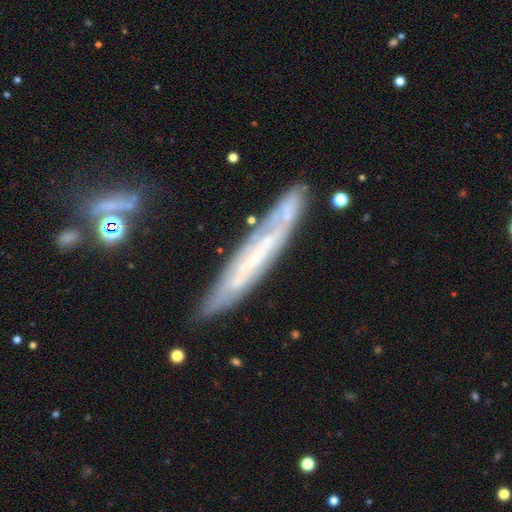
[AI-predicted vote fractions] smooth-or-featured: featured or disk: 63% | smooth: 28% | star or artifact: 9%
  disk-edge-on: yes: 69% | no: 31%
  merging: none: 77% | minor disturbance: 15% | major disturbance: 4% | merger: 4%